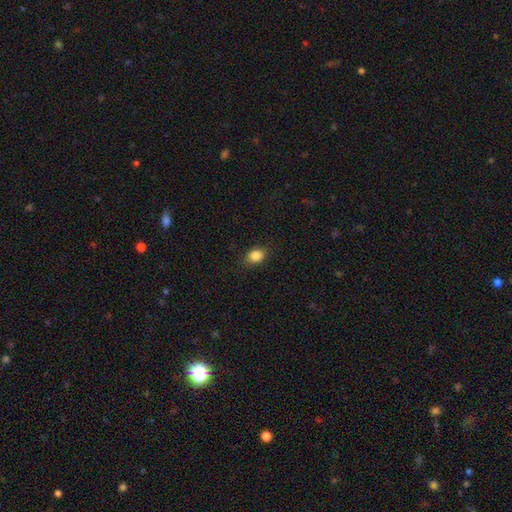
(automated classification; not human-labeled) Smooth or featured? smooth (85%)
How rounded? in between (58%)
Merging? none (87%)